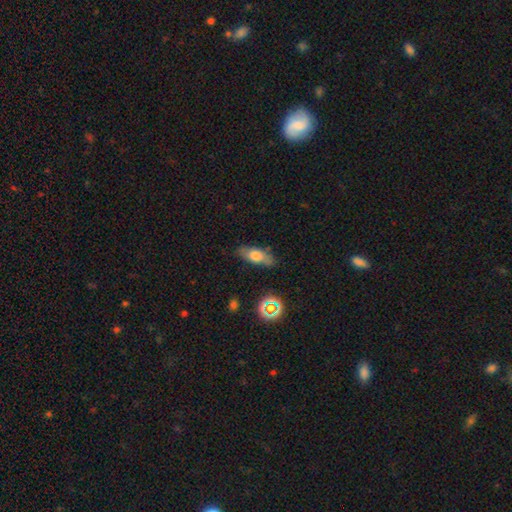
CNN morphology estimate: smooth 64%, featured or disk 27%, star or artifact 9%. Down the decision tree: how rounded — in between (68%); merging — none (80%).